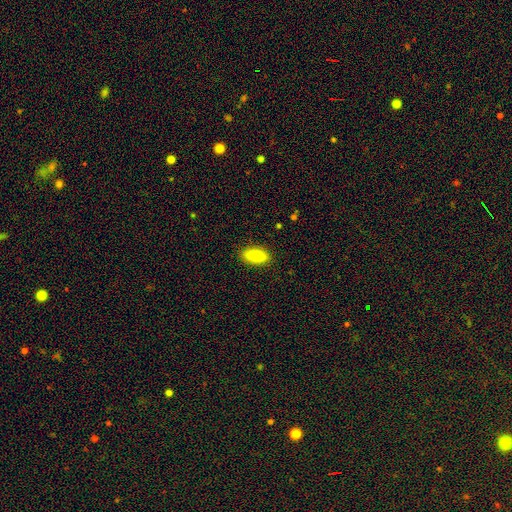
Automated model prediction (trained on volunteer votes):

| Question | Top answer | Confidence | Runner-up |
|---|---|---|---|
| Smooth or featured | smooth | 76% | featured or disk (18%) |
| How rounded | in between | 84% | cigar-shaped (13%) |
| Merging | none | 89% | minor disturbance (8%) |